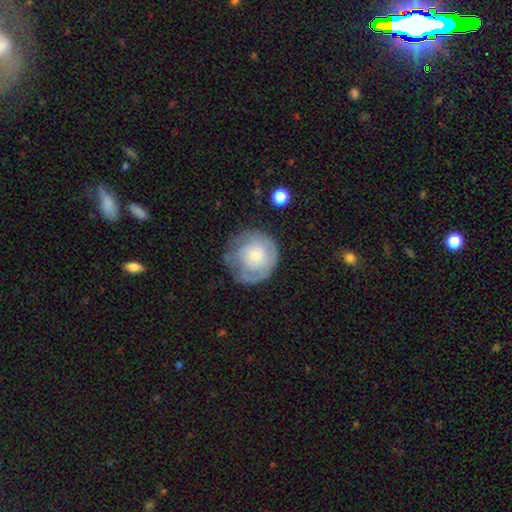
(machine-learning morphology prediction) The model was most divided on "smooth or featured": smooth: 49%, featured or disk: 44%, star or artifact: 7%. More confident: merging — none (54%).